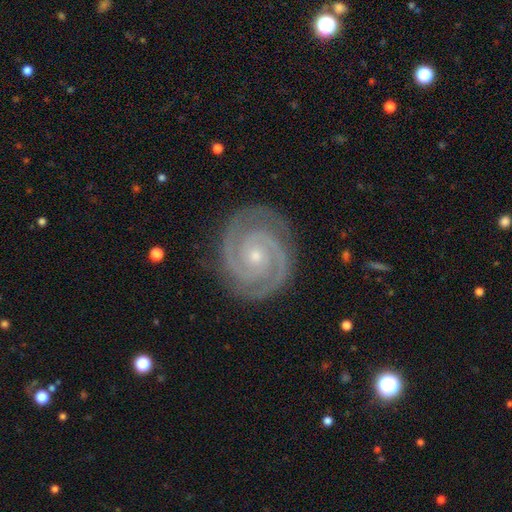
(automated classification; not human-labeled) Q: Smooth or featured?
A: featured or disk (93%); runner-up: star or artifact (4%)
Q: Edge-on disk?
A: no (98%); runner-up: yes (2%)
Q: Bar?
A: no (74%); runner-up: weak (18%)
Q: Spiral arms?
A: yes (99%); runner-up: no (1%)
Q: Spiral winding?
A: tight (80%); runner-up: medium (18%)
Q: Spiral arm count?
A: 2 (88%); runner-up: 3 (6%)
Q: Bulge size?
A: small (74%); runner-up: moderate (23%)
Q: Merging?
A: none (87%); runner-up: minor disturbance (10%)